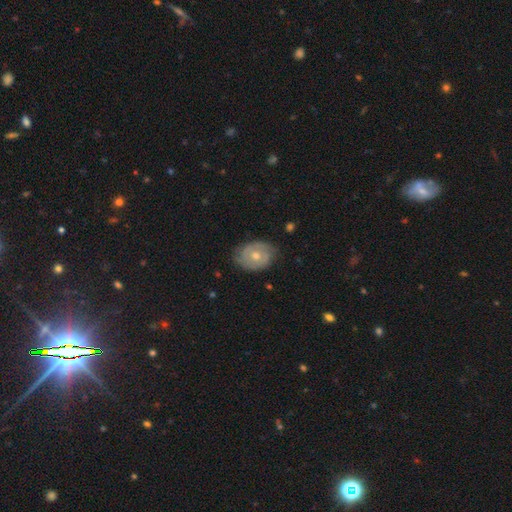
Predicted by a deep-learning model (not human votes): Morphology: type=featured or disk (60%); edge-on=no (96%); bar=no (75%); spiral arms=yes (73%); bulge=moderate (67%); merging=none (72%).